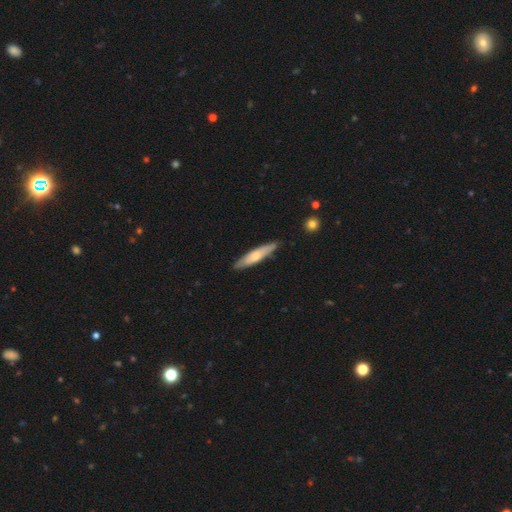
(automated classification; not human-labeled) Smooth or featured? smooth (52%)
How rounded? cigar-shaped (81%)
Merging? none (83%)